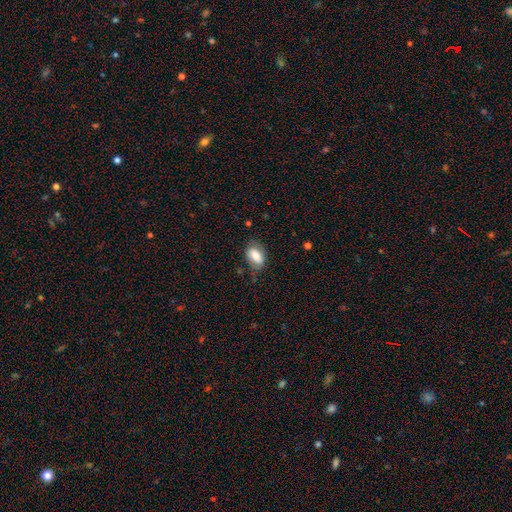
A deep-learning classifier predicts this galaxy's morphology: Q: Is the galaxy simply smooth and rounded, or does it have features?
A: smooth — 72%.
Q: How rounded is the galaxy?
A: in between — 88%.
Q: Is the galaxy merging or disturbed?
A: none — 66%.